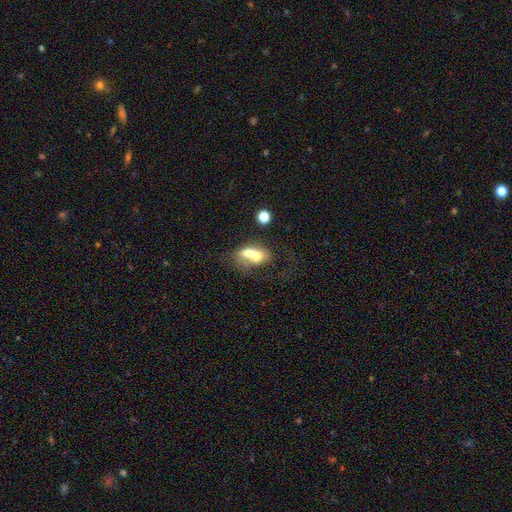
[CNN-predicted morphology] smooth-or-featured: smooth: 57% | featured or disk: 33% | star or artifact: 10%
  how-rounded: in between: 68% | round: 27% | cigar-shaped: 5%
  merging: merger: 67% | none: 17% | major disturbance: 8% | minor disturbance: 8%